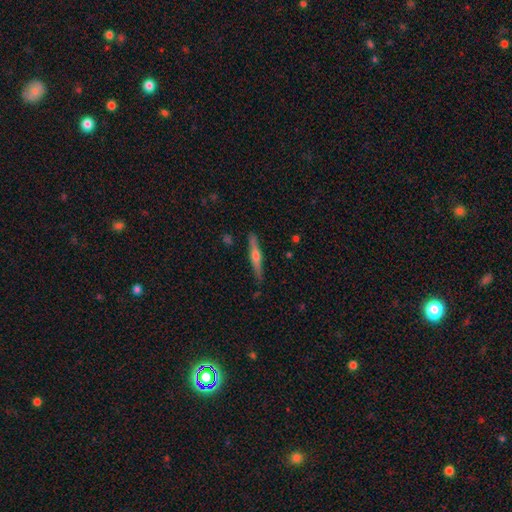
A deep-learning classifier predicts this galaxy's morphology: type=featured or disk (65%); edge-on=yes (97%); edge-on bulge=rounded (88%); merging=none (88%).